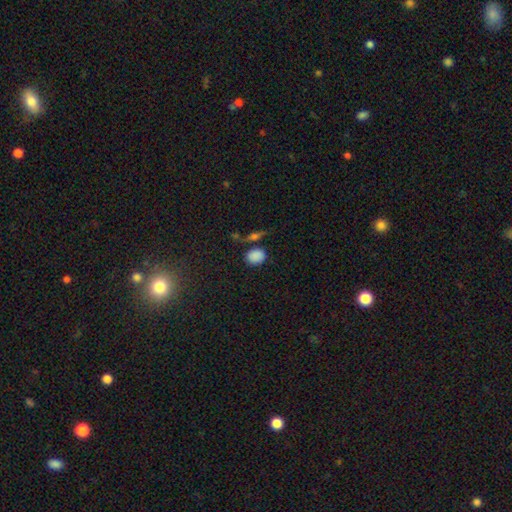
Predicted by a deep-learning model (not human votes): smooth_or_featured: smooth (p=0.84) [alt: star or artifact p=0.11]
how_rounded: in between (p=0.58) [alt: round p=0.40]
merging: none (p=0.69) [alt: minor disturbance p=0.16]